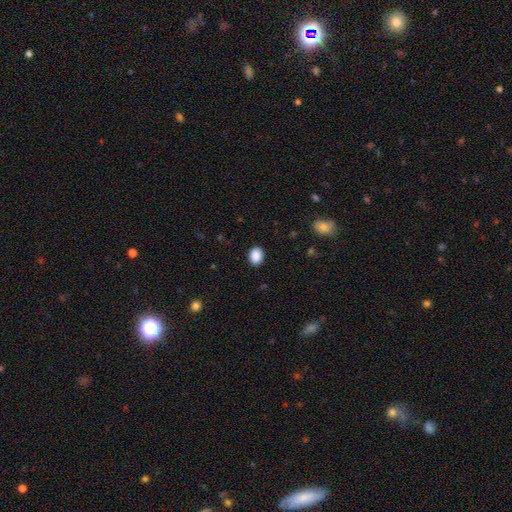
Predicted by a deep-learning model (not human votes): smooth-or-featured: smooth: 90% | star or artifact: 8% | featured or disk: 2%
  how-rounded: in between: 63% | round: 36% | cigar-shaped: 1%
  merging: none: 90% | minor disturbance: 7% | major disturbance: 2% | merger: 1%